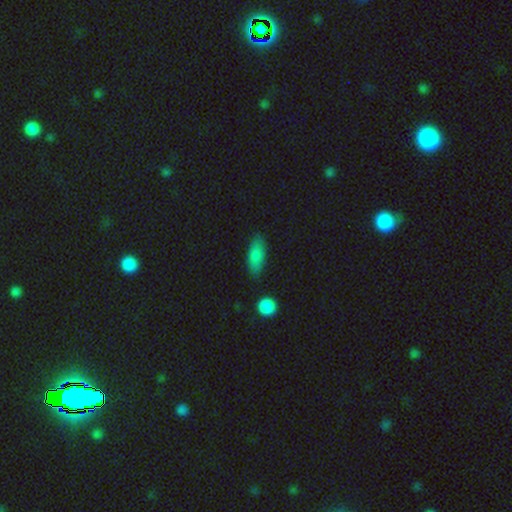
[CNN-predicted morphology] Overall: smooth (82%). How rounded: in between (79%). Merging: none (78%).